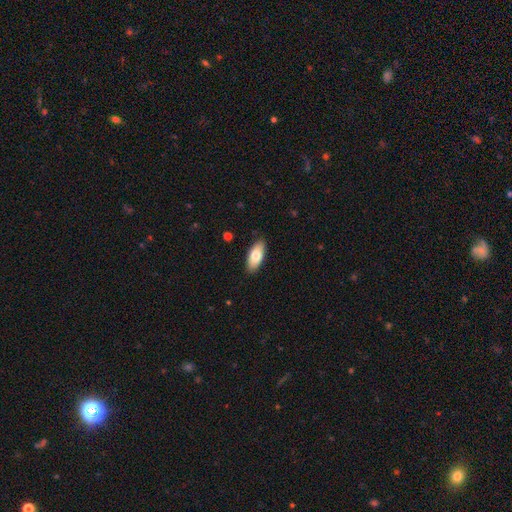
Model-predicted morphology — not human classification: Smooth or featured: smooth — 77% (featured or disk — 17%)
How rounded: in between — 87% (cigar-shaped — 11%)
Merging: none — 88% (minor disturbance — 9%)